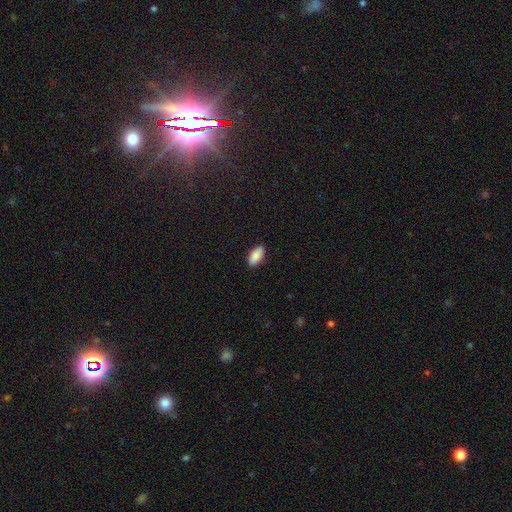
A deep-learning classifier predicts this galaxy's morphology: Smooth or featured? Predicted: smooth (p=0.88). How rounded? Predicted: in between (p=0.89). Merging? Predicted: none (p=0.88).